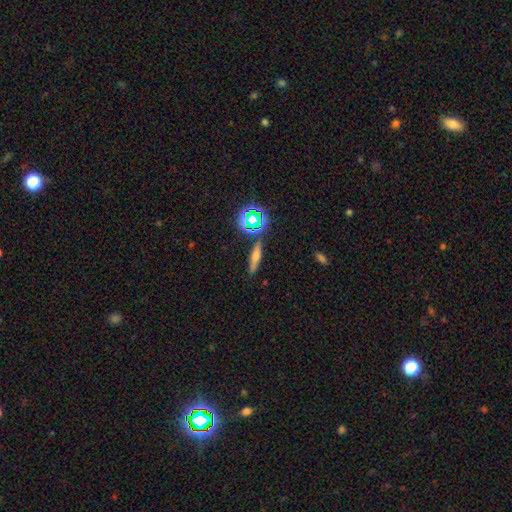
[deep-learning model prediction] smooth_or_featured: smooth (p=0.47) [alt: featured or disk p=0.34]
merging: none (p=0.84) [alt: minor disturbance p=0.10]